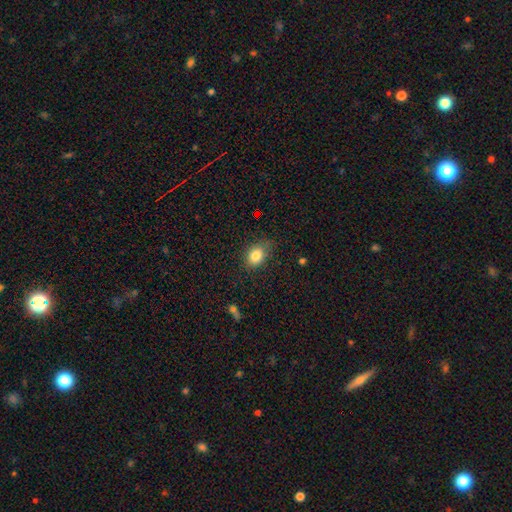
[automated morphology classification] type=smooth (82%); roundness=in between (68%); merging=none (72%).